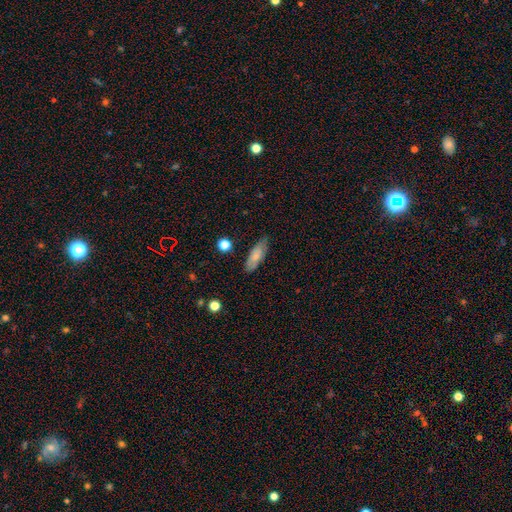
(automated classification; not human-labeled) smooth 75%, featured or disk 18%, star or artifact 7%. Down the decision tree: how rounded — in between (65%); merging — none (76%).